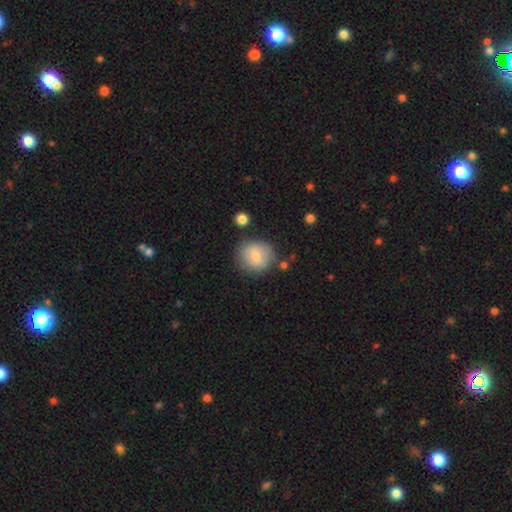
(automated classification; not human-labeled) Overall: smooth (74%). How rounded: round (80%). Merging: none (74%).